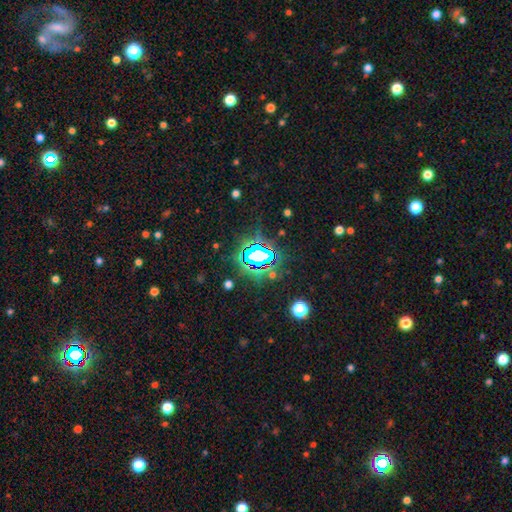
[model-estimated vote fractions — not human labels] Smooth or featured?
  - star or artifact: 75% *
  - smooth: 14%
  - featured or disk: 10%